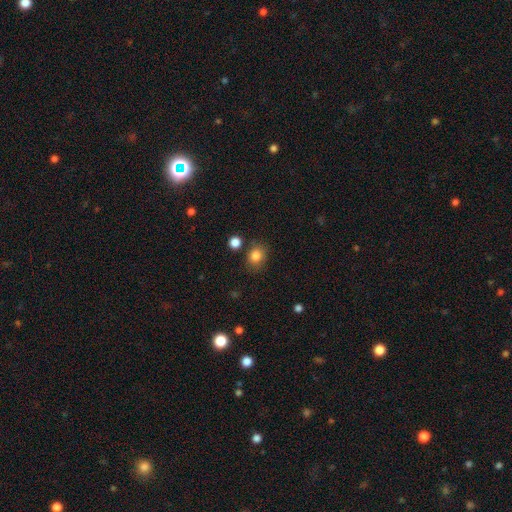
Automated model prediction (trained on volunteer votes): Smooth or featured? smooth (84%)
How rounded? round (63%)
Merging? none (76%)